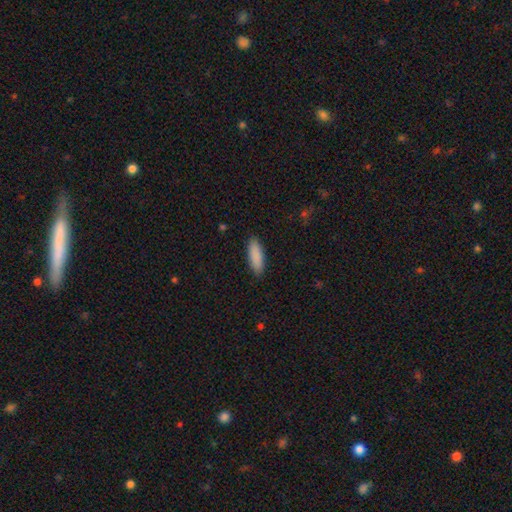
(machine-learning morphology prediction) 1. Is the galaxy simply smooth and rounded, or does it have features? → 90% smooth, 6% star or artifact, 5% featured or disk.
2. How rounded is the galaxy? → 58% in between, 41% cigar-shaped, 2% round.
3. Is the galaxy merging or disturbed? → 89% none, 8% minor disturbance, 2% major disturbance, 1% merger.